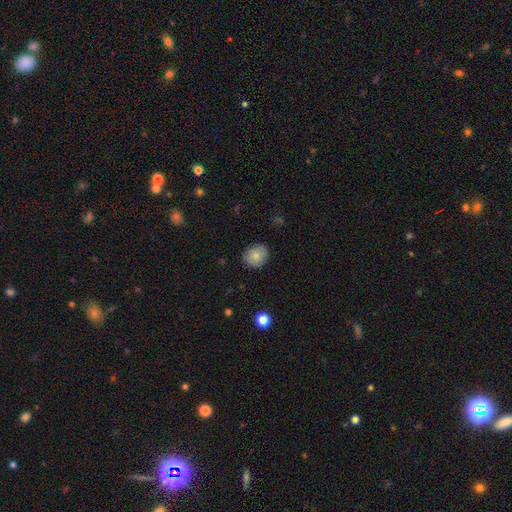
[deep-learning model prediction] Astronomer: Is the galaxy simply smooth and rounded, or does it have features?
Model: smooth — 85%.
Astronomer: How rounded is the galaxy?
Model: round — 73%.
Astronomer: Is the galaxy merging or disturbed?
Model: none — 87%.